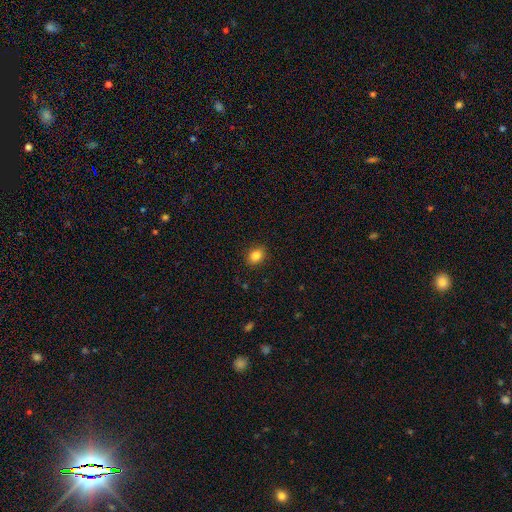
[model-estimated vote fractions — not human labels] smooth_or_featured: smooth (p=0.85) [alt: star or artifact p=0.10]
how_rounded: in between (p=0.60) [alt: round p=0.39]
merging: none (p=0.89) [alt: minor disturbance p=0.08]